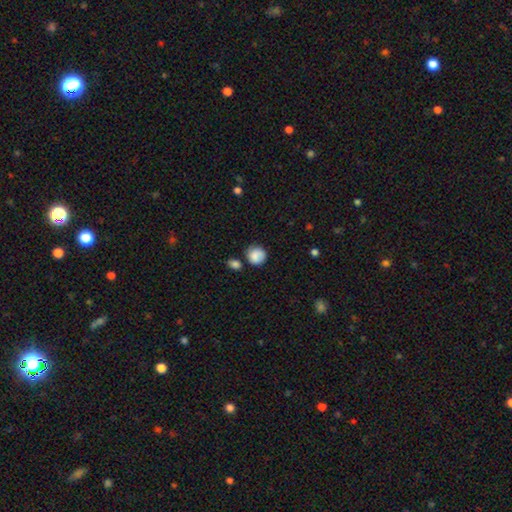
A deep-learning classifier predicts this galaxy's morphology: Smooth or featured?
  - smooth: 83% *
  - featured or disk: 9%
  - star or artifact: 8%
How rounded?
  - round: 85% *
  - in between: 14%
  - cigar-shaped: 1%
Merging?
  - none: 66% *
  - minor disturbance: 20%
  - merger: 8%
  - major disturbance: 5%